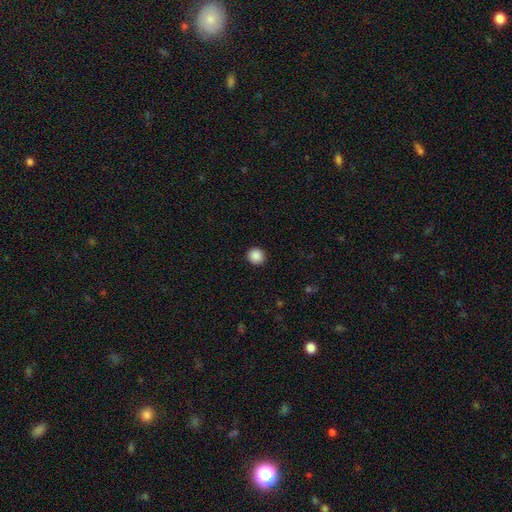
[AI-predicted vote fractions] smooth_or_featured: smooth (p=0.89) [alt: star or artifact p=0.09]
how_rounded: round (p=0.92) [alt: in between p=0.07]
merging: none (p=0.93) [alt: minor disturbance p=0.05]